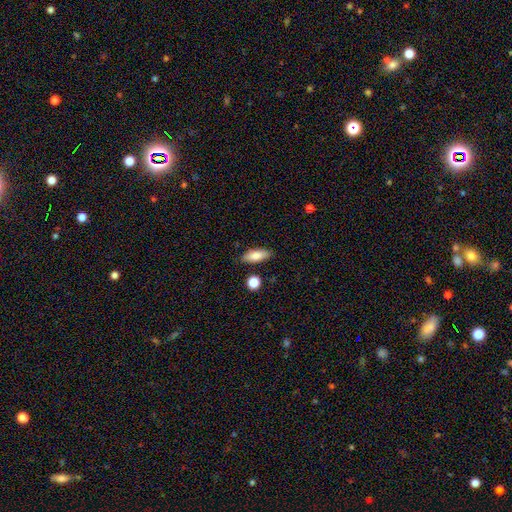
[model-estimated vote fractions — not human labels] smooth_or_featured: smooth (p=0.81) [alt: featured or disk p=0.12]
how_rounded: in between (p=0.71) [alt: cigar-shaped p=0.26]
merging: none (p=0.83) [alt: minor disturbance p=0.11]